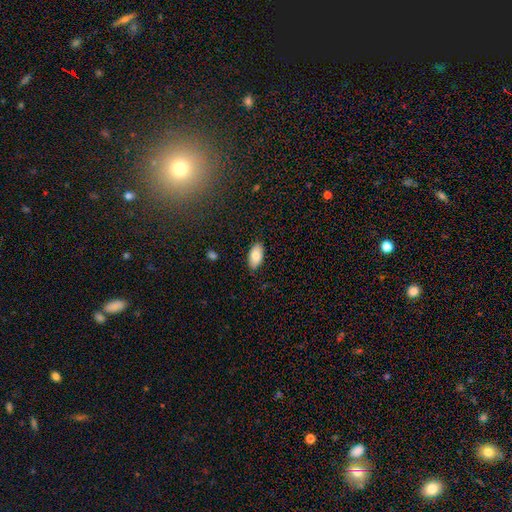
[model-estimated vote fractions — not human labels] Overall: smooth (82%). How rounded: in between (94%). Merging: none (85%).